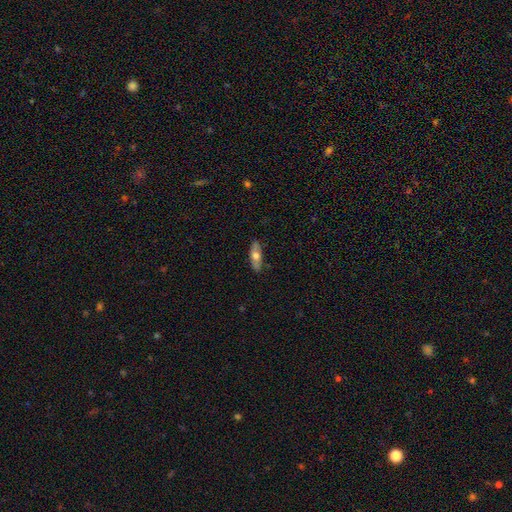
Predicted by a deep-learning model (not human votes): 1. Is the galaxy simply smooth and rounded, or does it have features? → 59% smooth, 35% featured or disk, 6% star or artifact.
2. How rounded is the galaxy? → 58% in between, 39% cigar-shaped, 3% round.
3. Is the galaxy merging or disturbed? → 85% none, 11% minor disturbance, 2% major disturbance, 1% merger.